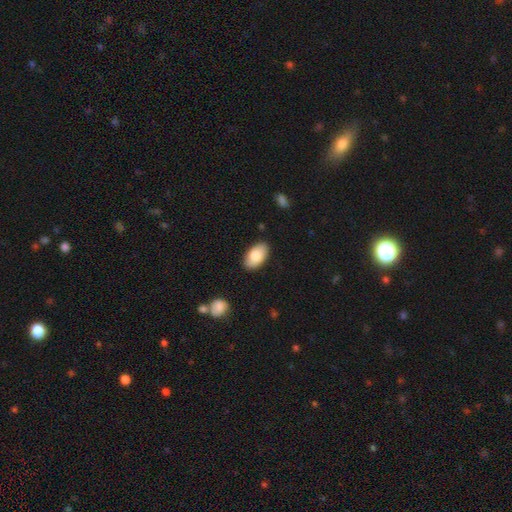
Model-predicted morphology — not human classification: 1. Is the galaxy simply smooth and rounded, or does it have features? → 84% smooth, 10% featured or disk, 6% star or artifact.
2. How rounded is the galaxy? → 95% in between, 3% round, 2% cigar-shaped.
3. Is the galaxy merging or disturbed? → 86% none, 10% minor disturbance, 2% major disturbance, 1% merger.